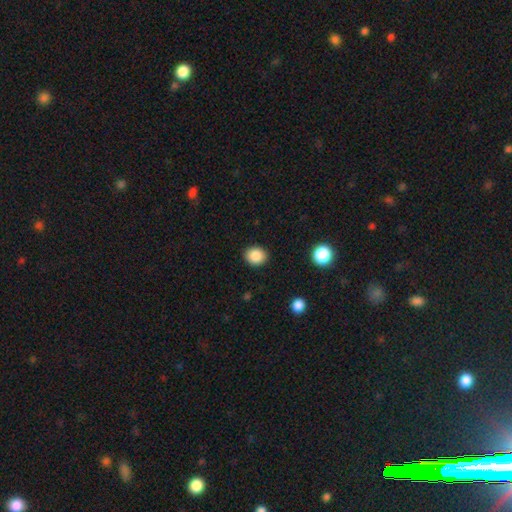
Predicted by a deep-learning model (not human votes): Smooth or featured? smooth (87%)
How rounded? round (62%)
Merging? none (89%)